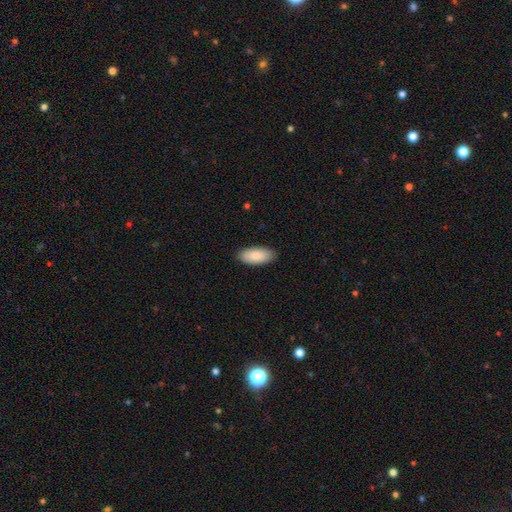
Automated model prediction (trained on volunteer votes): Smooth or featured: smooth — 86% (featured or disk — 9%)
How rounded: in between — 90% (cigar-shaped — 8%)
Merging: none — 88% (minor disturbance — 9%)